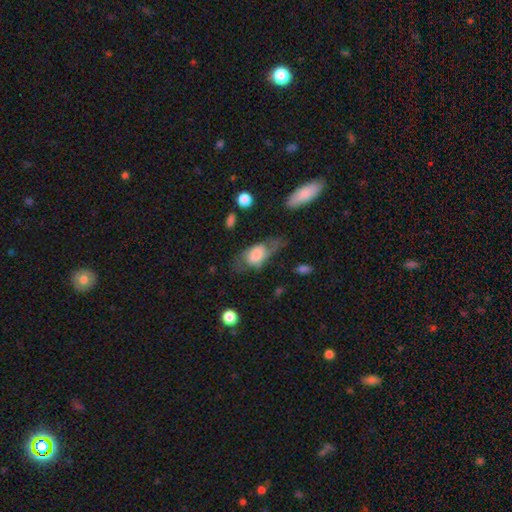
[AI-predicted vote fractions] Smooth or featured? smooth (56%)
How rounded? in between (88%)
Merging? none (39%)